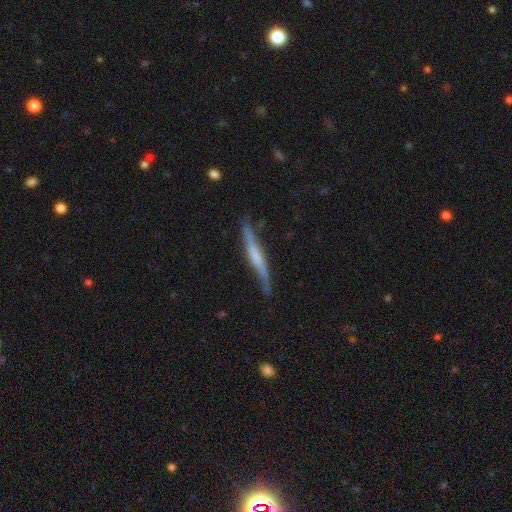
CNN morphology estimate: featured or disk 61%, smooth 33%, star or artifact 6%. Down the decision tree: edge-on disk — yes (90%); edge-on bulge — none (40%); merging — none (69%).